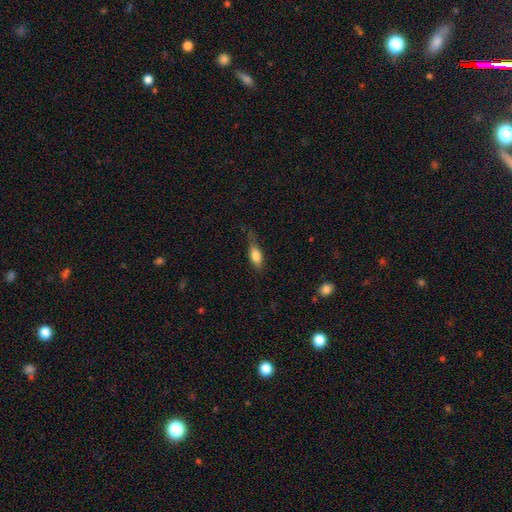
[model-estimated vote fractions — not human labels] smooth_or_featured: smooth (p=0.77) [alt: featured or disk p=0.16]
how_rounded: in between (p=0.73) [alt: cigar-shaped p=0.23]
merging: none (p=0.51) [alt: minor disturbance p=0.33]